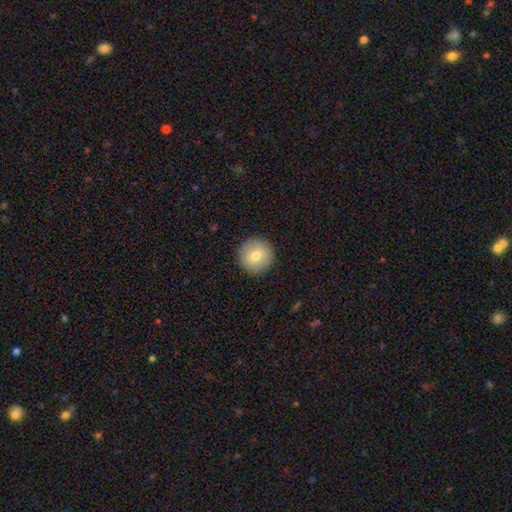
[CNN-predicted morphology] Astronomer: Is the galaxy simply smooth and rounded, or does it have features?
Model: smooth — 74%.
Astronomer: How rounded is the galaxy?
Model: round — 95%.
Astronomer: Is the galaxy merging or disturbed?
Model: none — 92%.